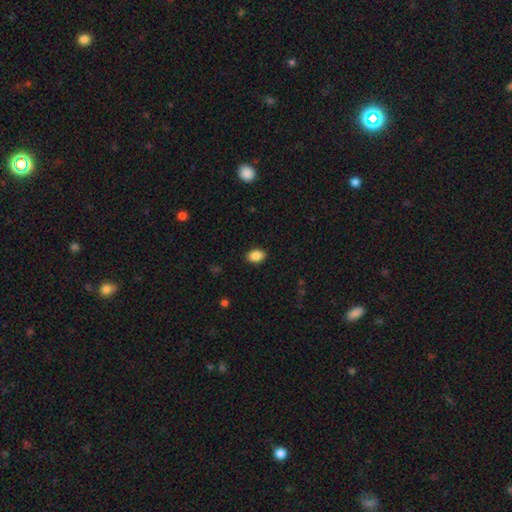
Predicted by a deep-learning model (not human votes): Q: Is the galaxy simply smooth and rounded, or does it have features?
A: smooth — 88%.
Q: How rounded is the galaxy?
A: in between — 77%.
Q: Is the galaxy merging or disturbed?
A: none — 90%.